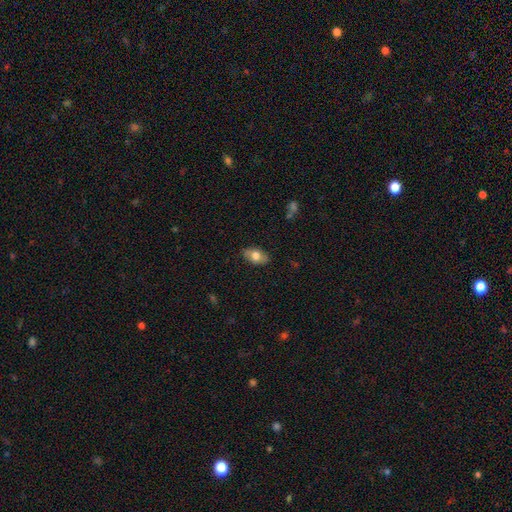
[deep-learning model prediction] A smooth galaxy with no disk features (71%) that is in between round and cigar-shaped (91%). Merging: none (82%).